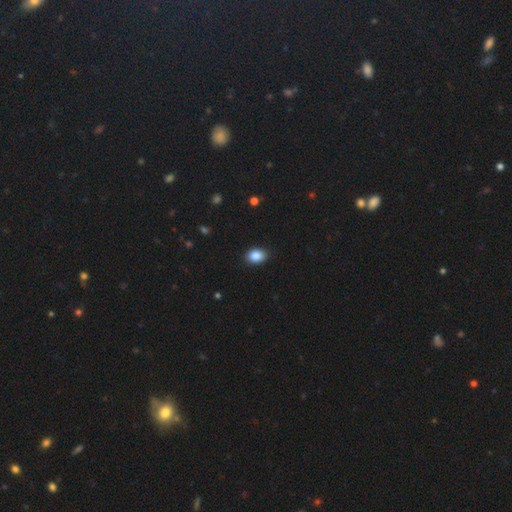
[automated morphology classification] type=smooth (88%); roundness=in between (76%); merging=none (88%).